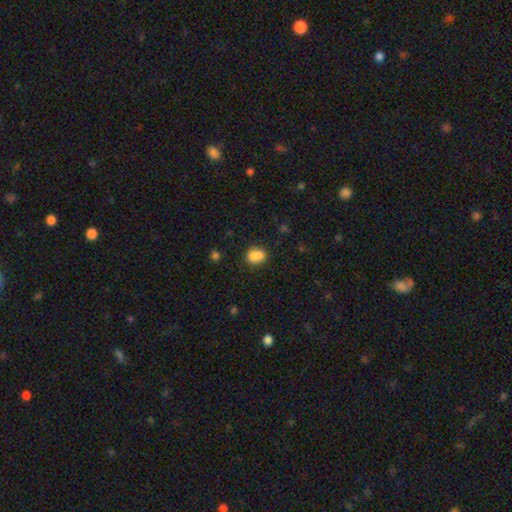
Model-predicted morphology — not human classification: The model was most divided on "how rounded": round: 51%, in between: 47%, cigar-shaped: 1%. More confident: smooth or featured — smooth (81%); merging — none (50%).